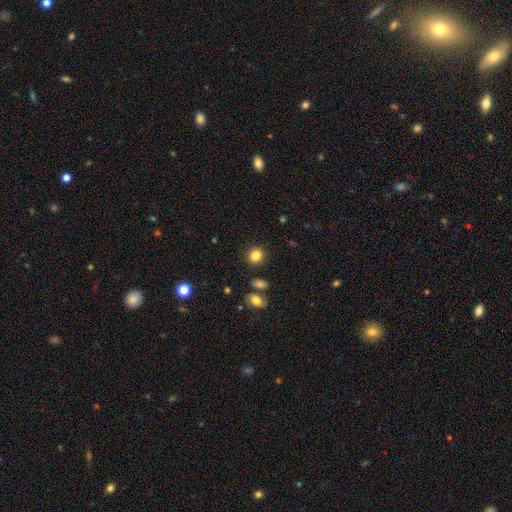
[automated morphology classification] This appears to be a smooth galaxy with no disk features (84%) that is round (80%). Merging: none (87%).